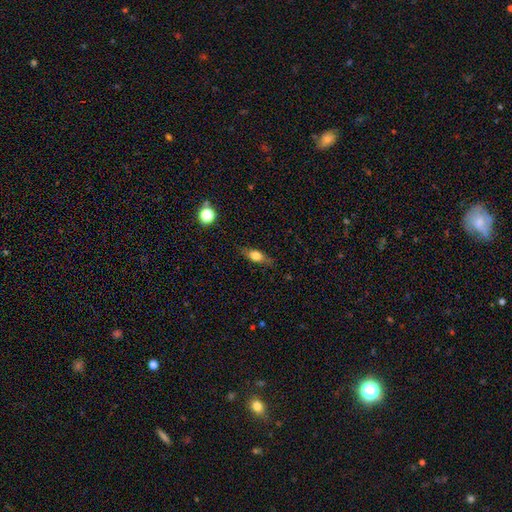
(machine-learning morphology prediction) A smooth galaxy with no disk features (70%) that is in between round and cigar-shaped (69%).

Vote fractions:
- Smooth or featured? smooth: 70% / featured or disk: 21% / star or artifact: 9%
- How rounded? in between: 69% / cigar-shaped: 22% / round: 9%
- Merging? none: 78% / minor disturbance: 16% / major disturbance: 4% / merger: 1%